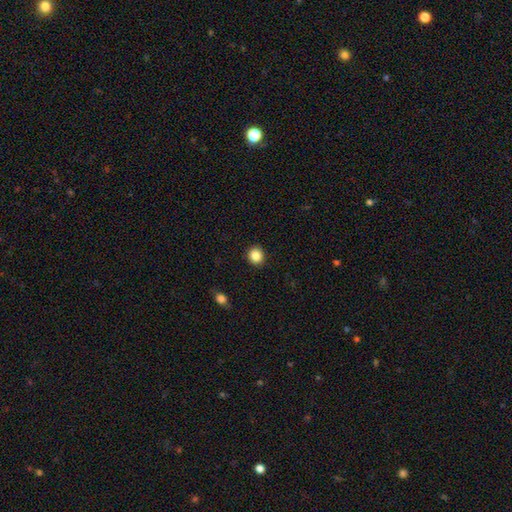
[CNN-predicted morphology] This is clearly a smooth galaxy (86%). How rounded: clearly round (89%). Merging: clearly none (92%).